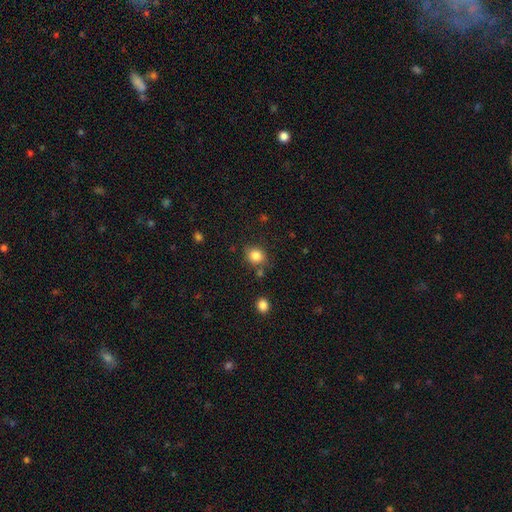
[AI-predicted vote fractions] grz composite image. It shows a smooth galaxy with no disk features (84%) that is round (73%). Merging: none (75%).